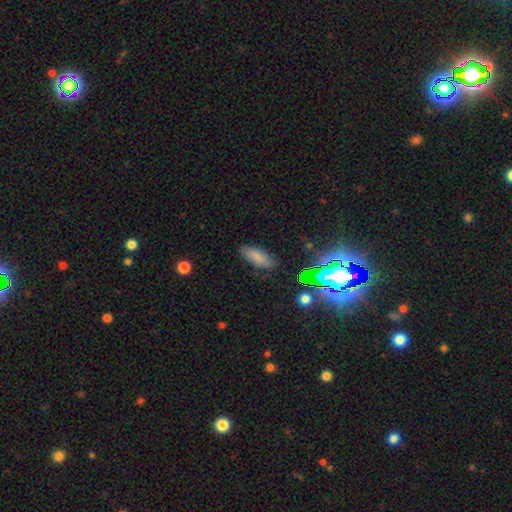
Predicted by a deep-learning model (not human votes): A smooth galaxy with no disk features (69%) that is in between round and cigar-shaped (76%).

Vote fractions:
- Smooth or featured? smooth: 69% / star or artifact: 19% / featured or disk: 12%
- How rounded? in between: 76% / cigar-shaped: 20% / round: 3%
- Merging? none: 83% / minor disturbance: 12% / major disturbance: 3% / merger: 2%